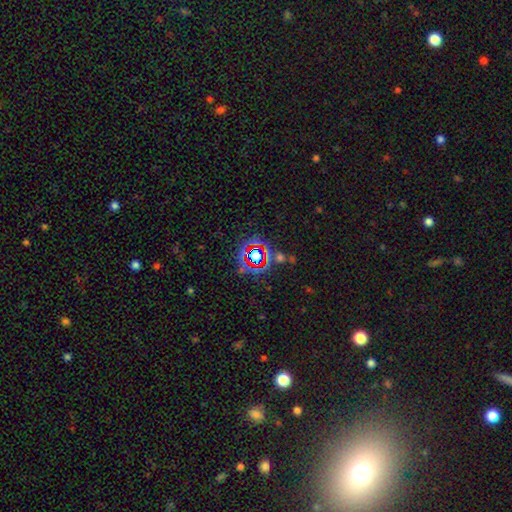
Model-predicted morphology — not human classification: This appears to be a star or artifact, not a galaxy (67%).